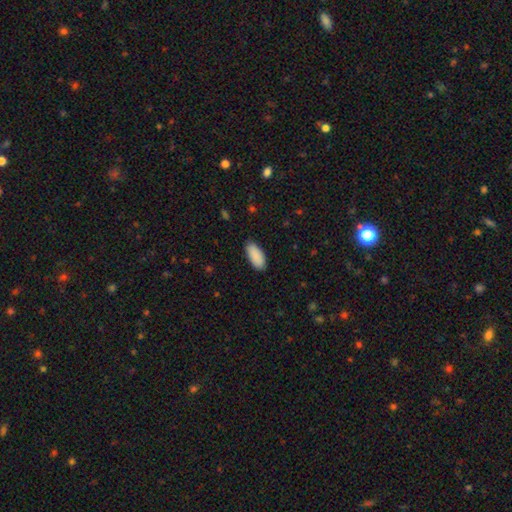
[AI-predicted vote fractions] smooth 91%, star or artifact 6%, featured or disk 3%. Down the decision tree: how rounded — in between (90%); merging — none (87%).